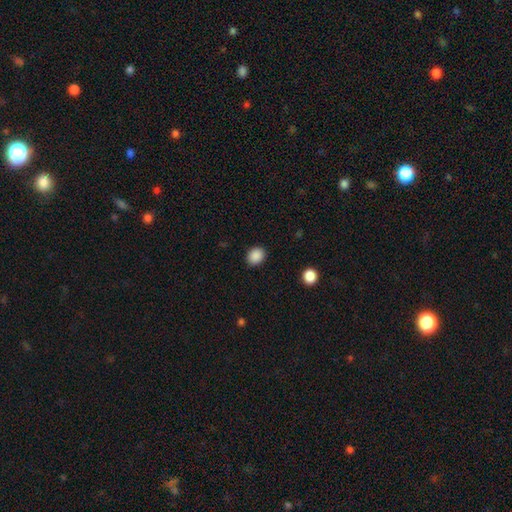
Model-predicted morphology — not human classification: Smooth or featured: smooth — 89% (star or artifact — 9%)
How rounded: round — 55% (in between — 44%)
Merging: none — 89% (minor disturbance — 7%)